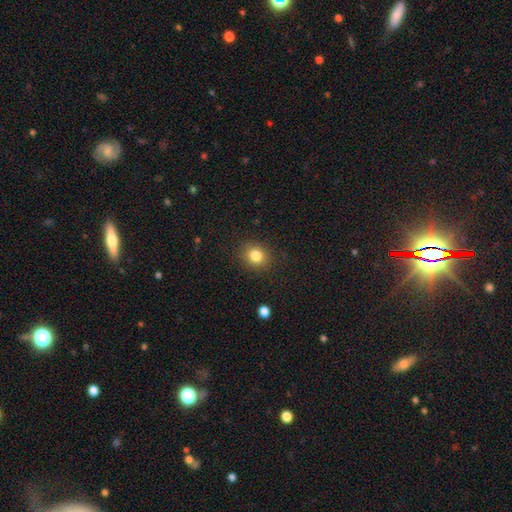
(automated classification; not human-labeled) Smooth or featured? Predicted: smooth (p=0.83). How rounded? Predicted: round (p=0.74). Merging? Predicted: none (p=0.88).